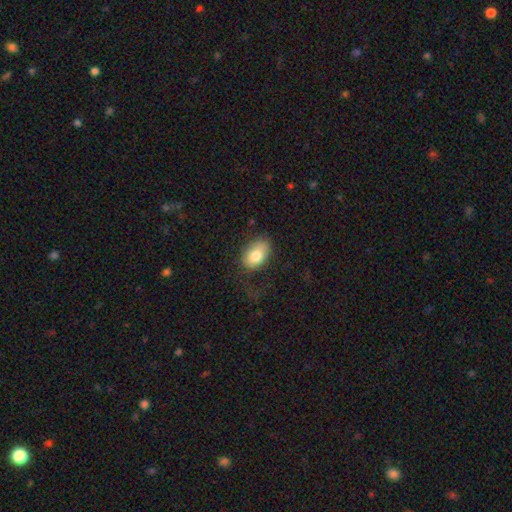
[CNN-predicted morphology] type=smooth (80%); roundness=in between (88%); merging=none (60%).